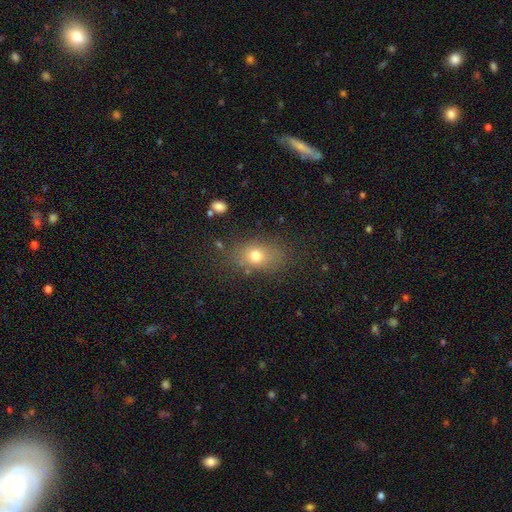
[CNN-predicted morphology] Smooth or featured? Predicted: smooth (p=0.73). How rounded? Predicted: in between (p=0.73). Merging? Predicted: none (p=0.77).